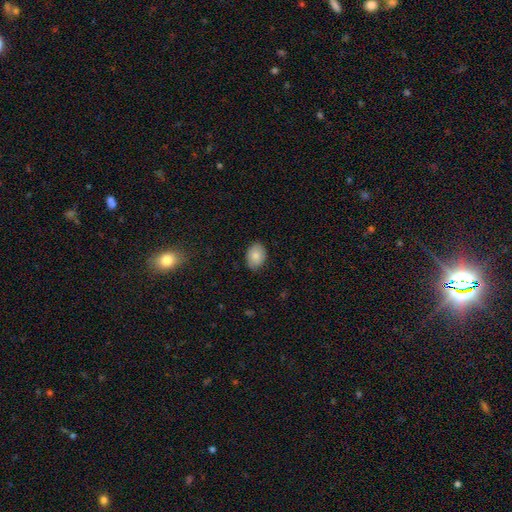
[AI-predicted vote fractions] This is clearly a smooth galaxy (82%). How rounded: likely in between (75%). Merging: clearly none (83%).